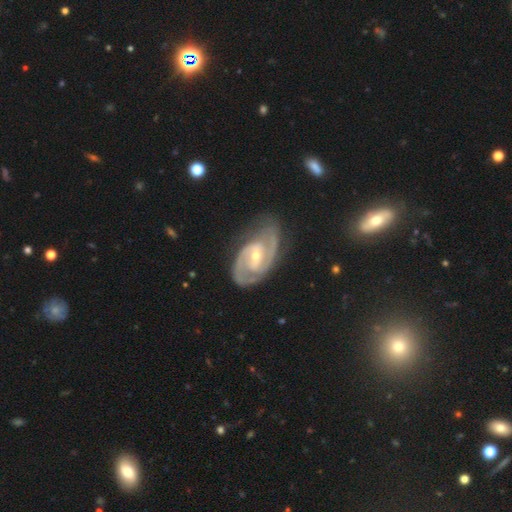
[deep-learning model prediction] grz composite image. It shows a featured or disk galaxy (91%) with a weak bar (50%), 2 (84%) medium (46%, tied with tight) spiral arms (98%) and a small central bulge (55%). Merging: none (72%).